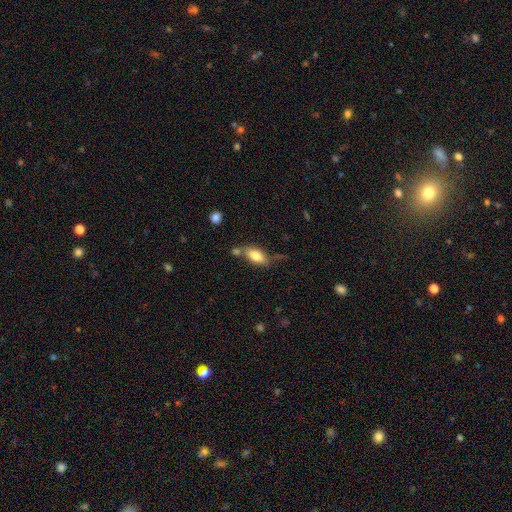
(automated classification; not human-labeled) Smooth or featured?
  - smooth: 75% *
  - featured or disk: 18%
  - star or artifact: 7%
How rounded?
  - in between: 85% *
  - cigar-shaped: 11%
  - round: 4%
Merging?
  - none: 51% *
  - merger: 21%
  - minor disturbance: 20%
  - major disturbance: 8%